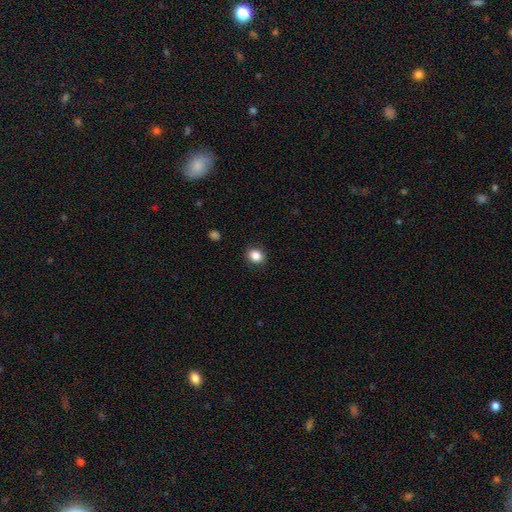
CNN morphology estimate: Smooth or featured? smooth (86%)
How rounded? round (60%)
Merging? none (89%)